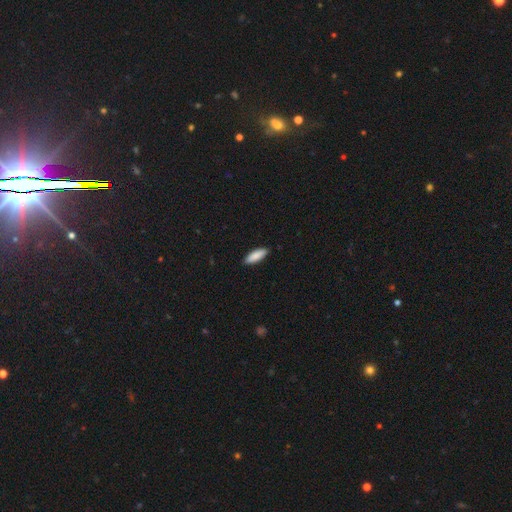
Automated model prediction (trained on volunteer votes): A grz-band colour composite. It shows a smooth galaxy with no disk features (87%) that is in between round and cigar-shaped (58%). Merging: none (90%).